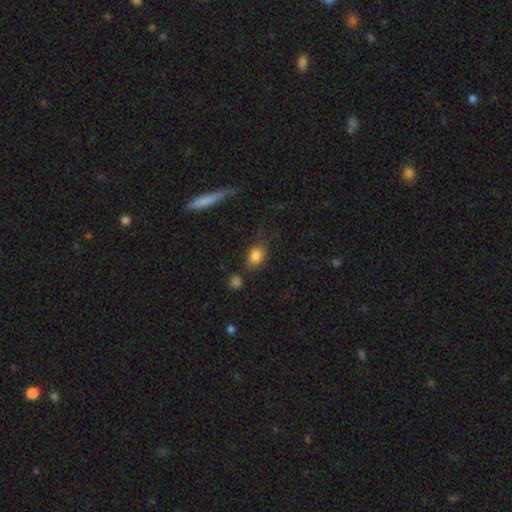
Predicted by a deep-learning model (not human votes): Q: Smooth or featured?
A: smooth (83%); runner-up: star or artifact (9%)
Q: How rounded?
A: in between (69%); runner-up: round (29%)
Q: Merging?
A: none (72%); runner-up: minor disturbance (17%)